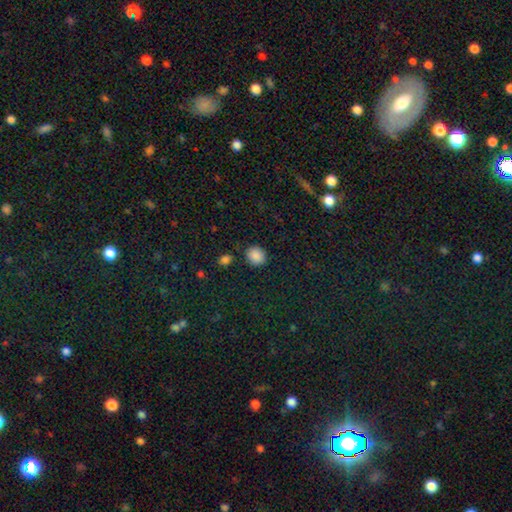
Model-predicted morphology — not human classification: This appears to be a smooth galaxy with no disk features (87%) that is round (69%). Merging: none (84%).